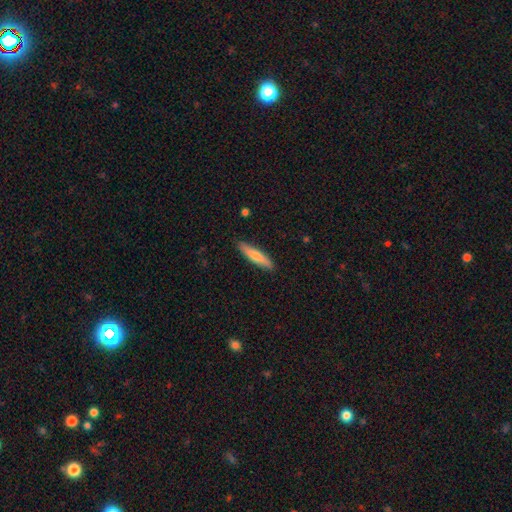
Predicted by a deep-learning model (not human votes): A smooth galaxy with no disk features (67%) that is cigar-shaped (84%). Merging: none (90%).